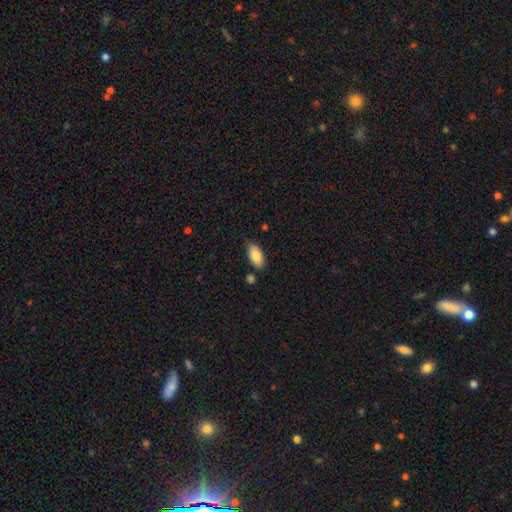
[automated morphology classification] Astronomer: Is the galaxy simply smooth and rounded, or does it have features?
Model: smooth — 84%.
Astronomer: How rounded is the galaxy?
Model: in between — 92%.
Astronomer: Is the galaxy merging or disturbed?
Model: none — 78%.